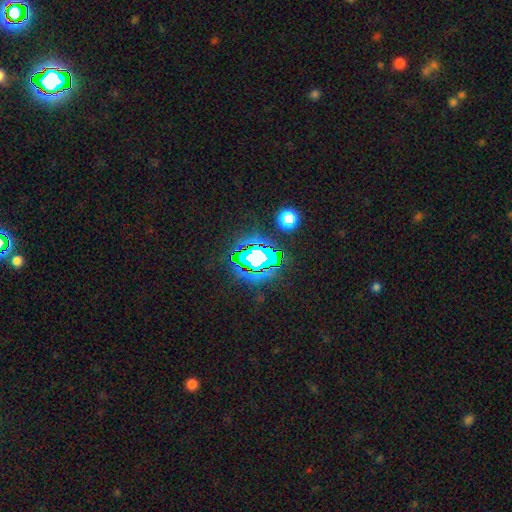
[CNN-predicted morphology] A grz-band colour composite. It shows a star or artifact, not a galaxy (70%).